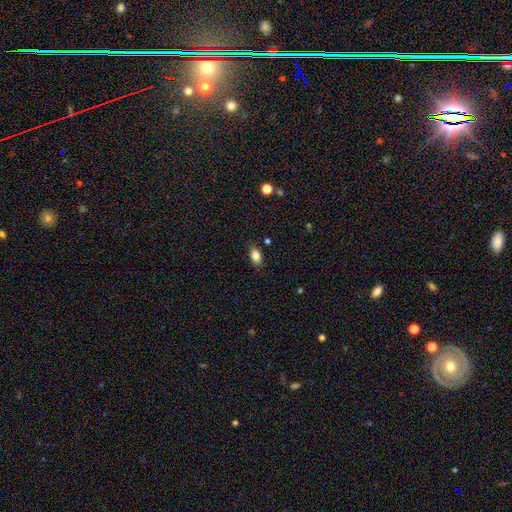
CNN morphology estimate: This appears to be a smooth galaxy with no disk features (82%) that is in between round and cigar-shaped (86%). Merging: none (85%).